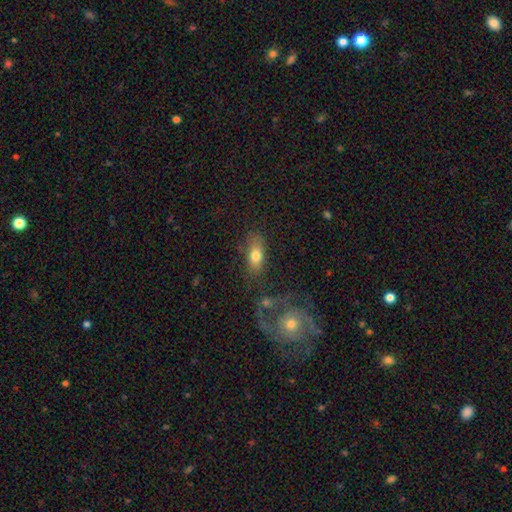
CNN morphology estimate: Smooth or featured? smooth (71%)
How rounded? in between (76%)
Merging? none (63%)